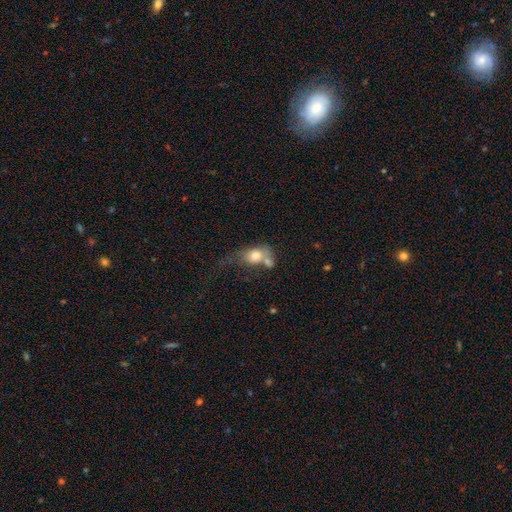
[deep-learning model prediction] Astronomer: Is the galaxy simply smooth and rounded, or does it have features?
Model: smooth — 72%.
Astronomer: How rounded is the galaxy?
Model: in between — 65%.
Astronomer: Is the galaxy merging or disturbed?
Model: merger — 45% (runner-up: none, 22%).